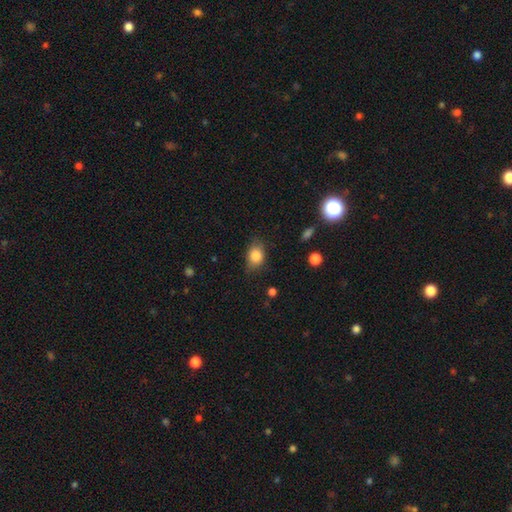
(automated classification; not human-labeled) This appears to be a smooth galaxy with no disk features (82%) that is in between round and cigar-shaped (67%). Merging: none (74%).